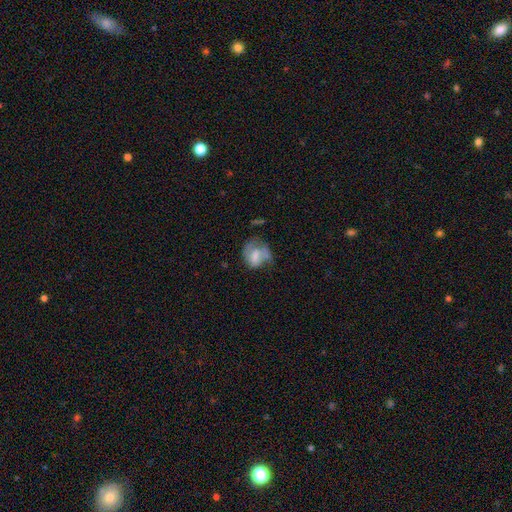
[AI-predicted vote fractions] smooth_or_featured: smooth (p=0.52) [alt: featured or disk p=0.39]
how_rounded: round (p=0.50) [alt: in between p=0.48]
merging: none (p=0.34) [alt: minor disturbance p=0.29]